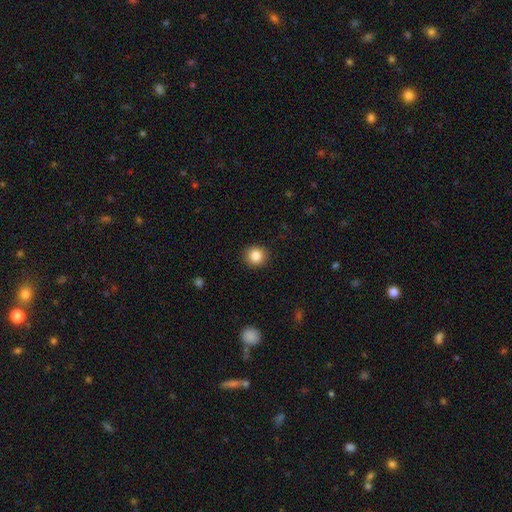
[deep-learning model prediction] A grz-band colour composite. It shows a smooth galaxy with no disk features (85%) that is round (91%). Merging: none (92%).